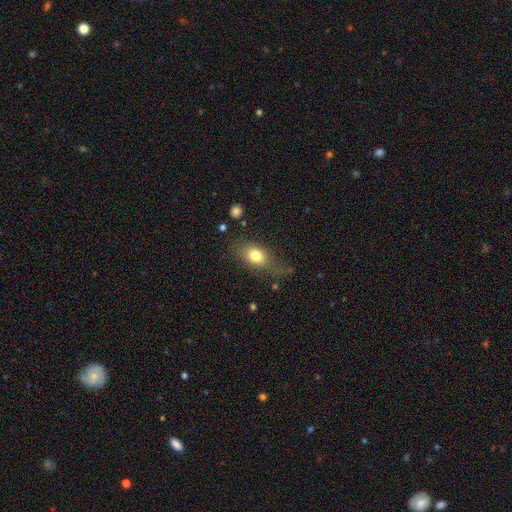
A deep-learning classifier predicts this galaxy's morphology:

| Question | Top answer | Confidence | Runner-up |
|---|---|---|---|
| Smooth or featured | smooth | 77% | featured or disk (13%) |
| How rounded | in between | 74% | round (21%) |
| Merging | none | 64% | minor disturbance (22%) |